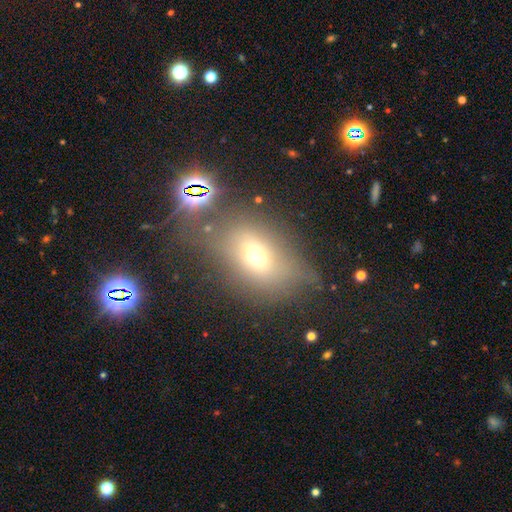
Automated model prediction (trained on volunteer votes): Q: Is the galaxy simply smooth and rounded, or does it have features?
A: smooth — 59%.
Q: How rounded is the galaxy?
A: in between — 67%.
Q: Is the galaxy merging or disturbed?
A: none — 58%.